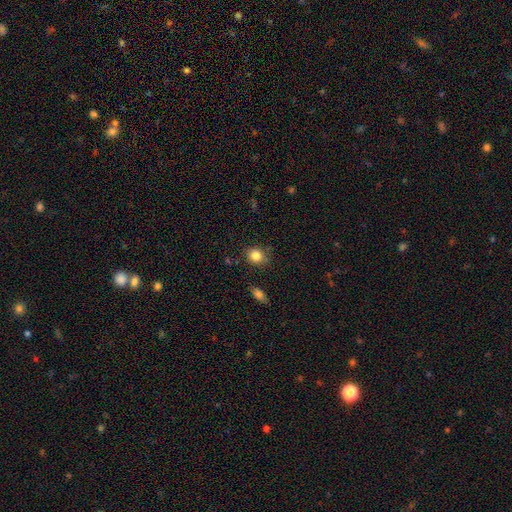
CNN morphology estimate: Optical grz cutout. It shows a smooth galaxy with no disk features (84%) that is round (72%). Merging: none (80%).